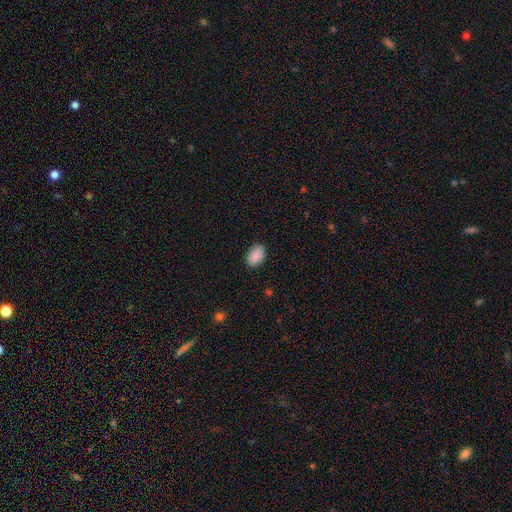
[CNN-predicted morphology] Smooth or featured?
  - smooth: 90% *
  - star or artifact: 7%
  - featured or disk: 3%
How rounded?
  - in between: 89% *
  - round: 9%
  - cigar-shaped: 1%
Merging?
  - none: 88% *
  - minor disturbance: 9%
  - major disturbance: 2%
  - merger: 1%